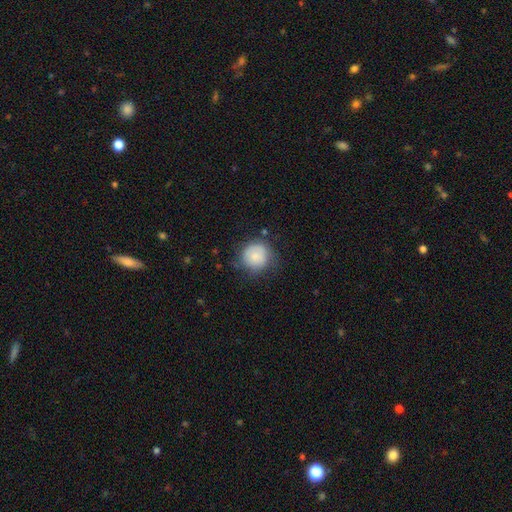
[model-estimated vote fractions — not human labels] Smooth or featured?
  - smooth: 77% *
  - featured or disk: 15%
  - star or artifact: 8%
How rounded?
  - round: 89% *
  - in between: 10%
  - cigar-shaped: 1%
Merging?
  - none: 64% *
  - minor disturbance: 25%
  - major disturbance: 9%
  - merger: 2%